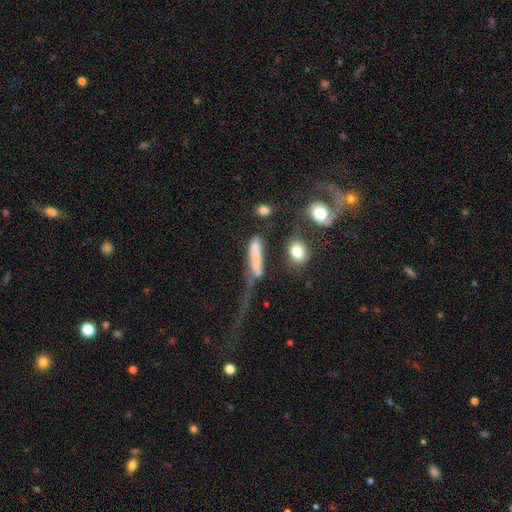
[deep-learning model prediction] Smooth or featured?
  - smooth: 59% *
  - featured or disk: 30%
  - star or artifact: 11%
How rounded?
  - cigar-shaped: 66% *
  - in between: 26%
  - round: 8%
Merging?
  - major disturbance: 40% *
  - none: 23%
  - merger: 22%
  - minor disturbance: 15%